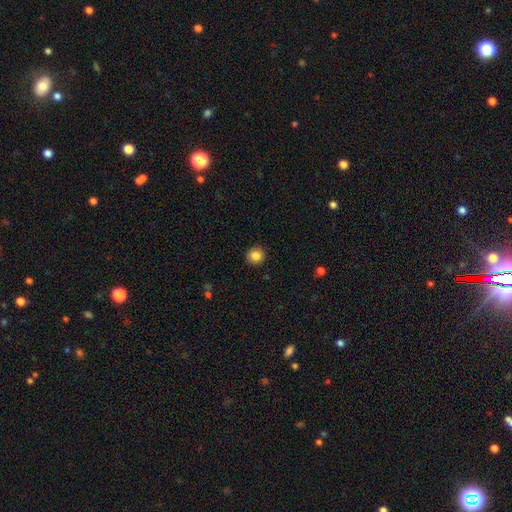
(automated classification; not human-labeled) This appears to be a smooth galaxy with no disk features (85%) that is round (92%). Merging: none (92%).